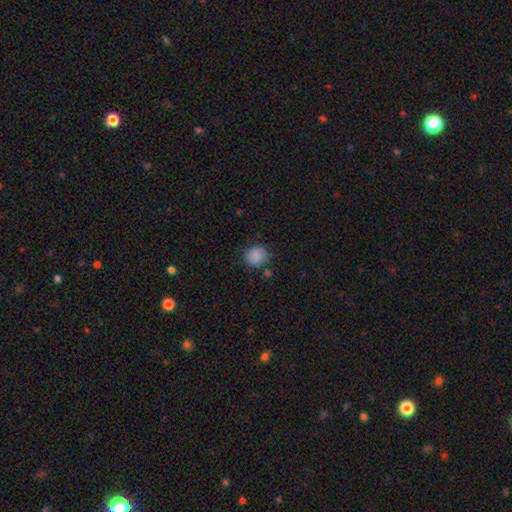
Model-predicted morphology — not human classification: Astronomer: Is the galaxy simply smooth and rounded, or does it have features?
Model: smooth — 87%.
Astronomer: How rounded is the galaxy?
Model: round — 79%.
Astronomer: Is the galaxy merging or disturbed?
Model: none — 78%.